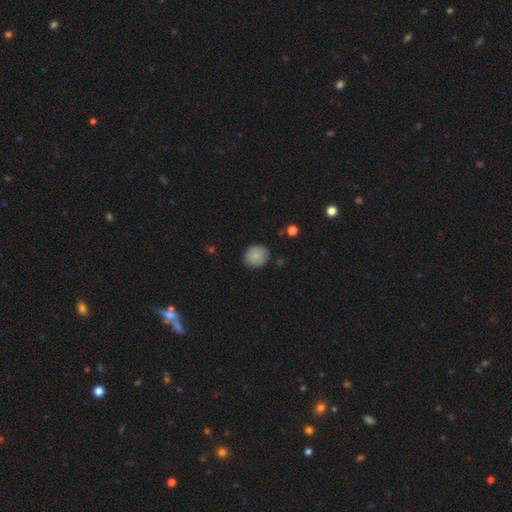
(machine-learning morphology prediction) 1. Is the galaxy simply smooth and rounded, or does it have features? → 85% smooth, 8% featured or disk, 7% star or artifact.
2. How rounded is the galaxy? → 82% round, 17% in between, 1% cigar-shaped.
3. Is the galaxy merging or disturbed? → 84% none, 12% minor disturbance, 2% major disturbance, 1% merger.